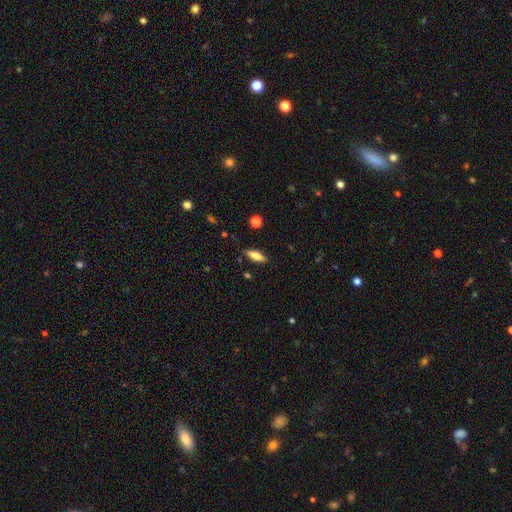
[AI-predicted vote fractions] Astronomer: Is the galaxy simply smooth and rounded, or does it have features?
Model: smooth — 66%.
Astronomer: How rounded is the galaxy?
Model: in between — 59% (runner-up: cigar-shaped, 39%).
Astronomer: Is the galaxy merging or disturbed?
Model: none — 85%.